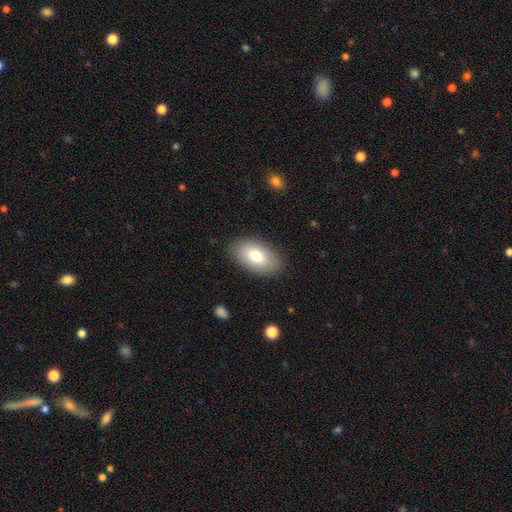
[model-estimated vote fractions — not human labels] Morphology: type=smooth (77%); roundness=in between (94%); merging=none (87%).